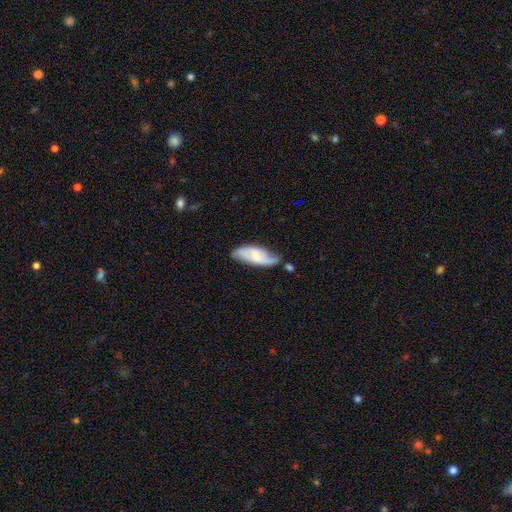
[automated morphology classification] featured or disk 56%, smooth 38%, star or artifact 6%. Down the decision tree: edge-on disk — no (88%); merging — none (54%).